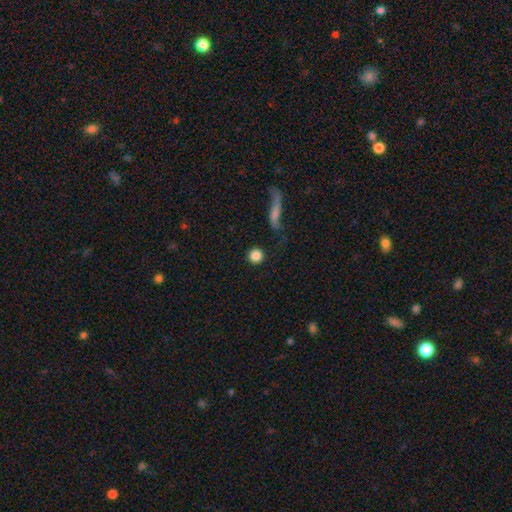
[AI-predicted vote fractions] Morphology: type=smooth (85%); roundness=round (94%); merging=none (86%).